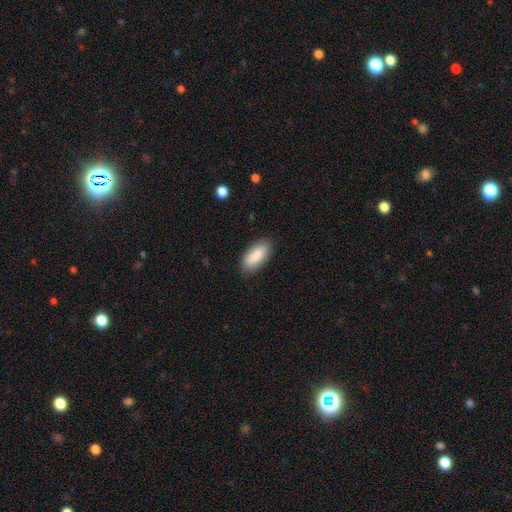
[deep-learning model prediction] smooth 87%, featured or disk 7%, star or artifact 6%. Down the decision tree: how rounded — in between (84%); merging — none (85%).